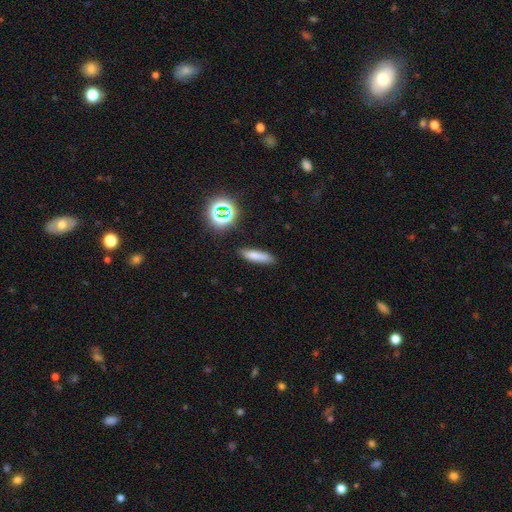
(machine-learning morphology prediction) smooth-or-featured: smooth: 75% | star or artifact: 13% | featured or disk: 11%
  how-rounded: cigar-shaped: 72% | in between: 24% | round: 4%
  merging: none: 84% | minor disturbance: 10% | major disturbance: 3% | merger: 2%